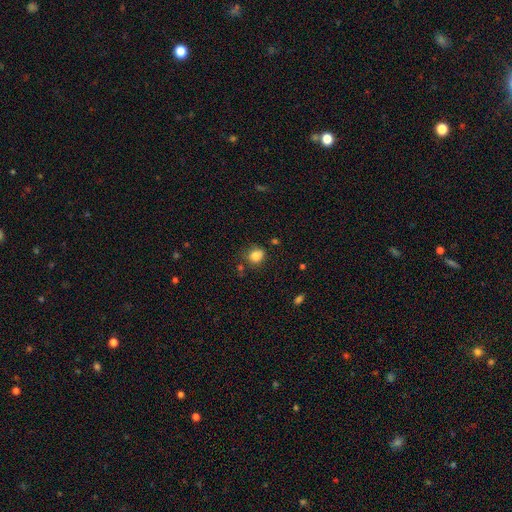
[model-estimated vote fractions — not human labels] smooth_or_featured: smooth (p=0.82) [alt: star or artifact p=0.11]
how_rounded: round (p=0.71) [alt: in between p=0.28]
merging: none (p=0.68) [alt: minor disturbance p=0.21]